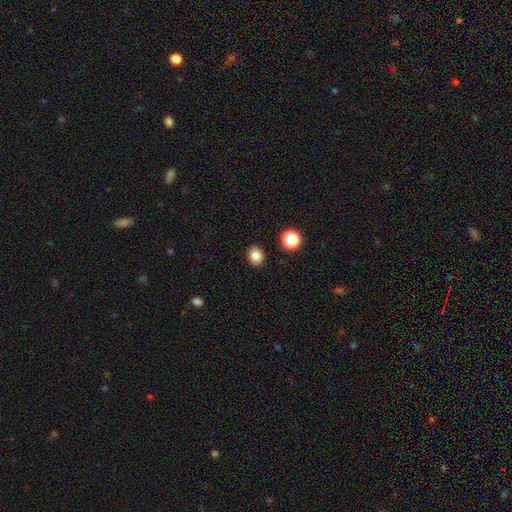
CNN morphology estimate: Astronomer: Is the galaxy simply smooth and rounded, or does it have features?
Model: smooth — 83%.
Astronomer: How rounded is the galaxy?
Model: round — 60% (runner-up: in between, 39%).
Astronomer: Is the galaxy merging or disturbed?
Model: none — 89%.